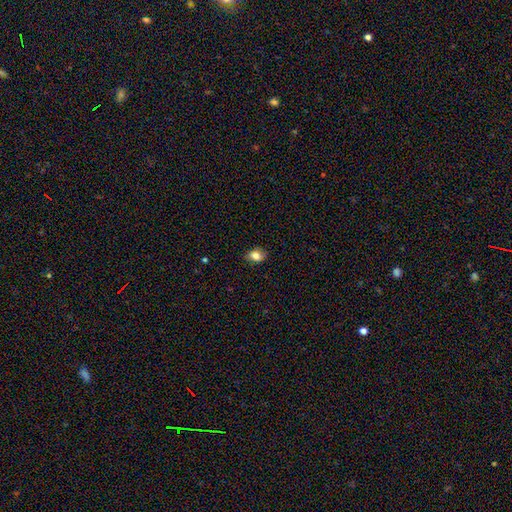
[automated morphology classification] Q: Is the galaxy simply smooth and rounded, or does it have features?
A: smooth — 80%.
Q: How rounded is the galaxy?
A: in between — 73%.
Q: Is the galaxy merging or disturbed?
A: none — 77%.